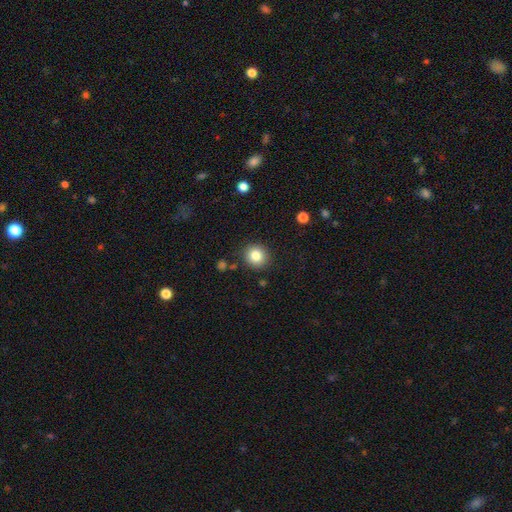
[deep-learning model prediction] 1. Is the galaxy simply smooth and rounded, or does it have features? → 83% smooth, 10% star or artifact, 7% featured or disk.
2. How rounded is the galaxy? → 90% round, 10% in between, 1% cigar-shaped.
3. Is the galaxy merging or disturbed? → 88% none, 7% minor disturbance, 3% major disturbance, 2% merger.